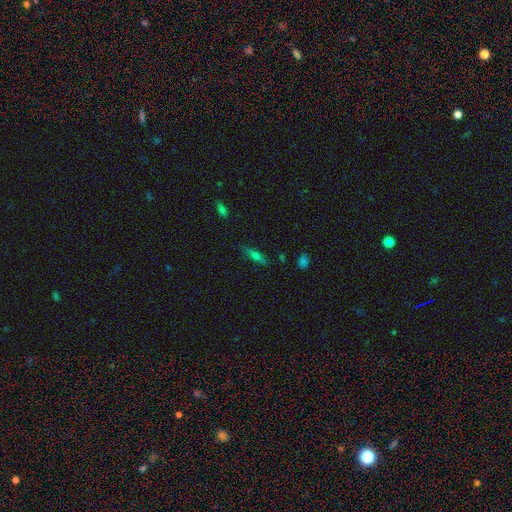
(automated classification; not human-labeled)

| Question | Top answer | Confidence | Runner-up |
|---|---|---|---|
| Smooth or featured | featured or disk | 46% | smooth (43%) |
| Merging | none | 85% | minor disturbance (11%) |